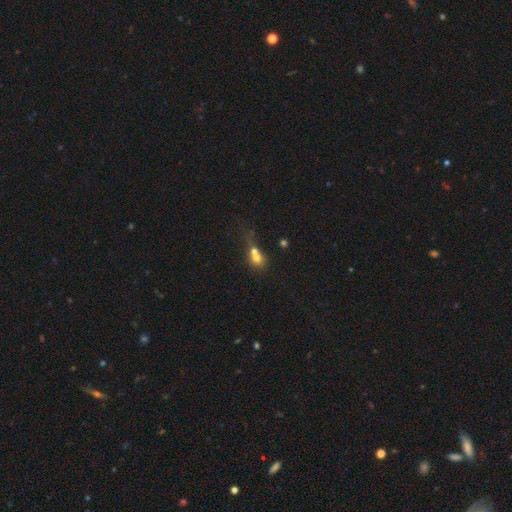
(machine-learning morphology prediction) Smooth or featured?
  - smooth: 65% *
  - featured or disk: 22%
  - star or artifact: 13%
How rounded?
  - round: 56% *
  - in between: 40%
  - cigar-shaped: 5%
Merging?
  - merger: 66% *
  - none: 20%
  - minor disturbance: 7%
  - major disturbance: 7%